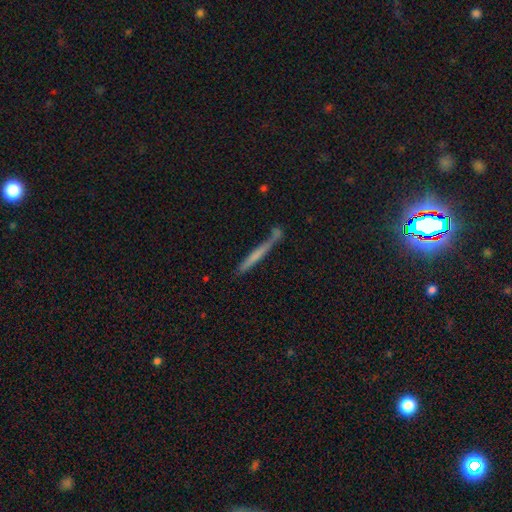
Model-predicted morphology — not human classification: This is possibly a smooth galaxy (54%). How rounded: clearly cigar-shaped (96%). Merging: likely none (63%).